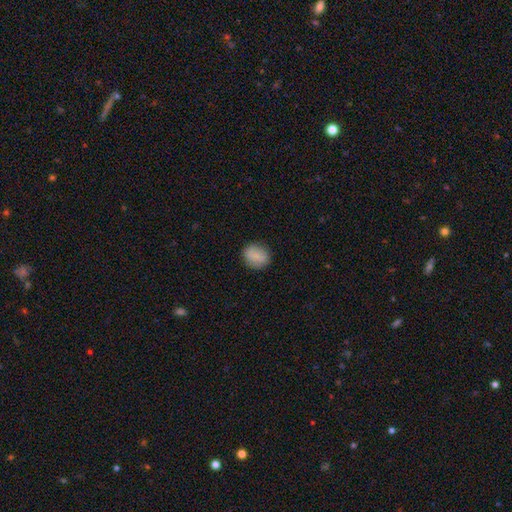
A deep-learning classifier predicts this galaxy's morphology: Smooth or featured? Predicted: smooth (p=0.83). How rounded? Predicted: round (p=0.67). Merging? Predicted: none (p=0.86).